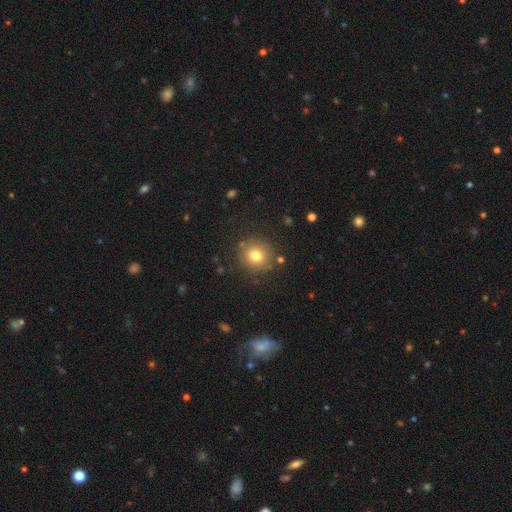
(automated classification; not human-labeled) Smooth or featured? smooth (77%)
How rounded? round (90%)
Merging? none (85%)